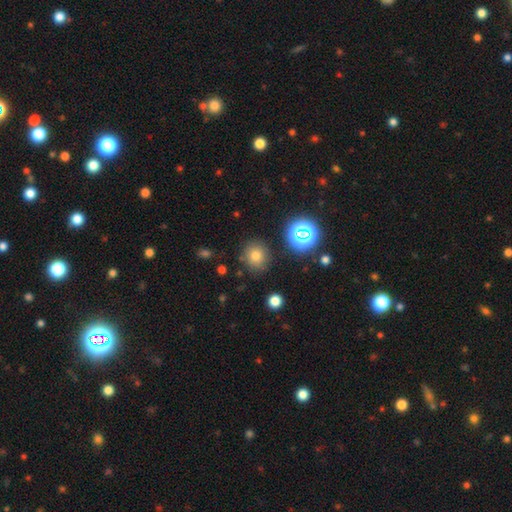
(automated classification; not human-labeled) This is likely a smooth galaxy (72%). How rounded: clearly round (88%). Merging: clearly none (85%).